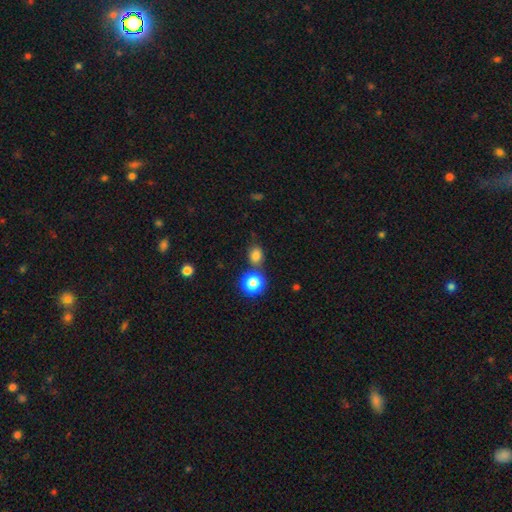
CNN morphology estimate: The model was most divided on "how rounded": round: 54%, in between: 45%, cigar-shaped: 1%. More confident: smooth or featured — smooth (78%); merging — none (67%).